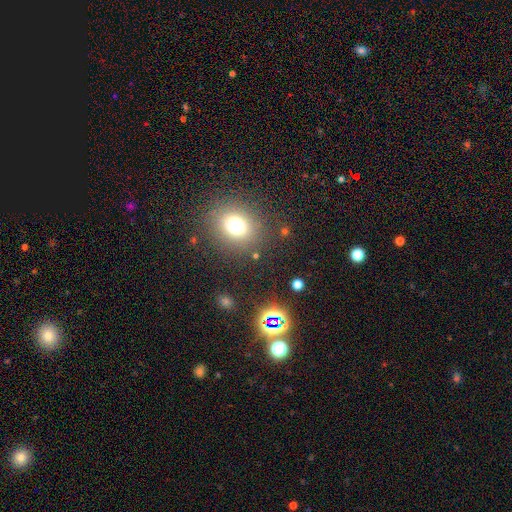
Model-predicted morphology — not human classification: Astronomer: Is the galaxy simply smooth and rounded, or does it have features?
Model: smooth — 63%.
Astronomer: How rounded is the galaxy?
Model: round — 69%.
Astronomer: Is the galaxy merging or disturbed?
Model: none — 84%.